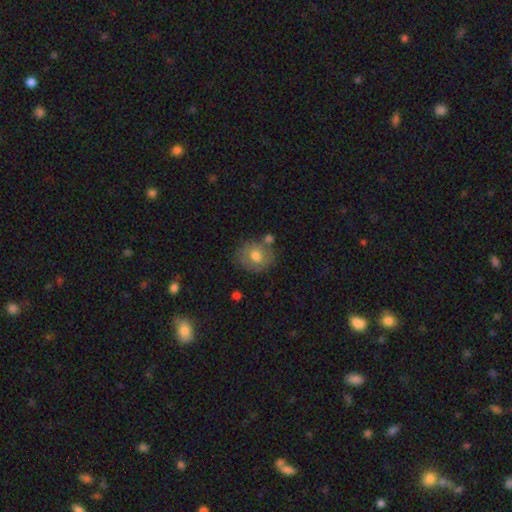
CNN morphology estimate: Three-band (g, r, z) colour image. It shows a smooth galaxy with no disk features (67%) that is round (73%). Merging: none (66%).